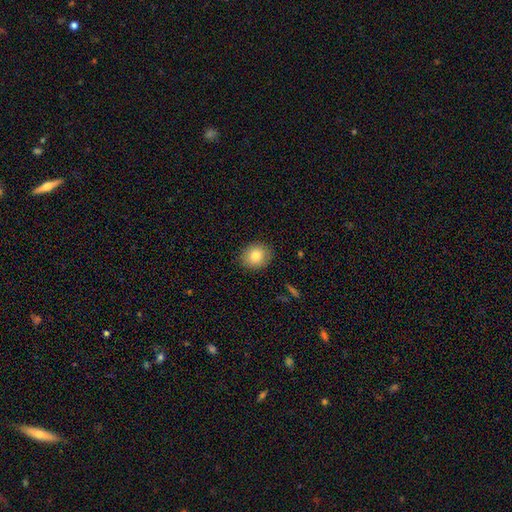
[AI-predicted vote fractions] This is clearly a smooth galaxy (82%). How rounded: likely round (71%). Merging: clearly none (88%).